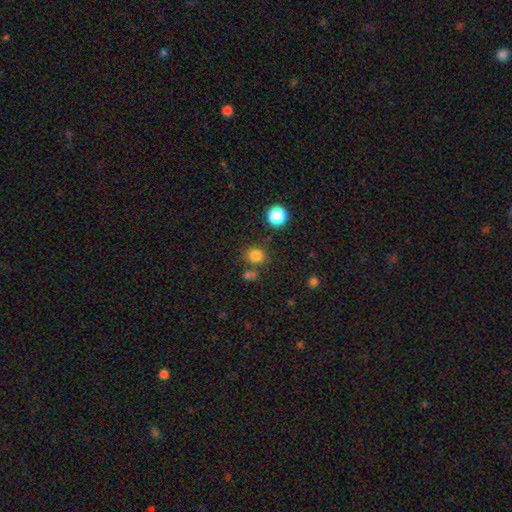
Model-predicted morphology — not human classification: A smooth galaxy with no disk features (80%) that is round (78%). Merging: none (75%).